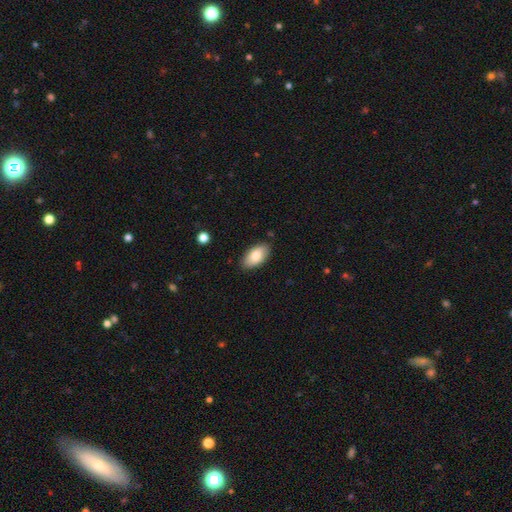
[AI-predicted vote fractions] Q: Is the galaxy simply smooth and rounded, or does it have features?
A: smooth — 81%.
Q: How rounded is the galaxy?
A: in between — 94%.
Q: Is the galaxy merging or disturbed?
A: none — 86%.